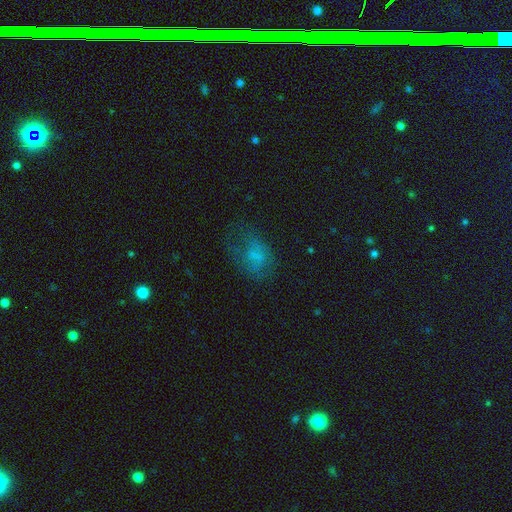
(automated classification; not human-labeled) Smooth or featured: smooth — 55% (featured or disk — 29%)
How rounded: in between — 76% (round — 22%)
Merging: none — 40% (major disturbance — 33%)